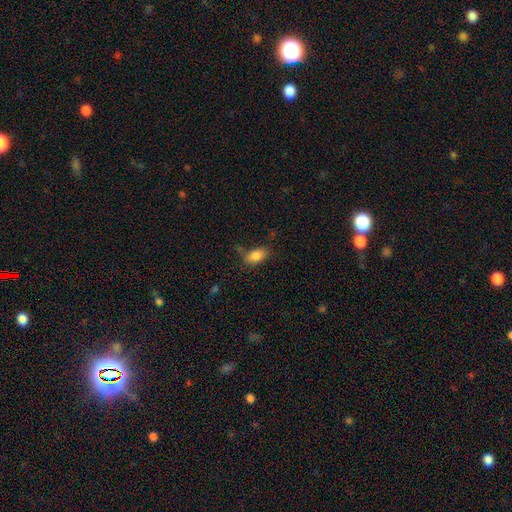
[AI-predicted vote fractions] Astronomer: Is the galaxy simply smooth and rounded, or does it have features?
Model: smooth — 84%.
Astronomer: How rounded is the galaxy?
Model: in between — 89%.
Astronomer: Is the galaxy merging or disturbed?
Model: none — 64%.